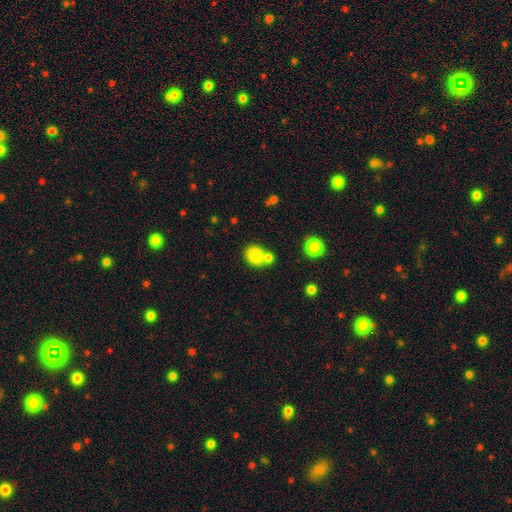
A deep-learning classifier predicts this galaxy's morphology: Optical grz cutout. It shows a smooth galaxy with no disk features (84%) that is round (61%). Merging: none (53%).